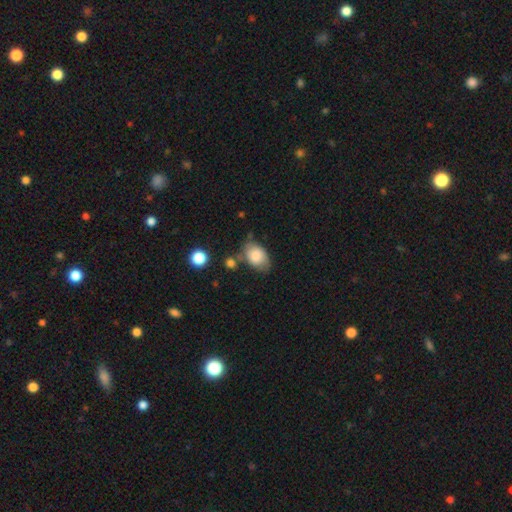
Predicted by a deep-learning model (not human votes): Smooth or featured? Predicted: smooth (p=0.80). How rounded? Predicted: in between (p=0.82). Merging? Predicted: none (p=0.55).